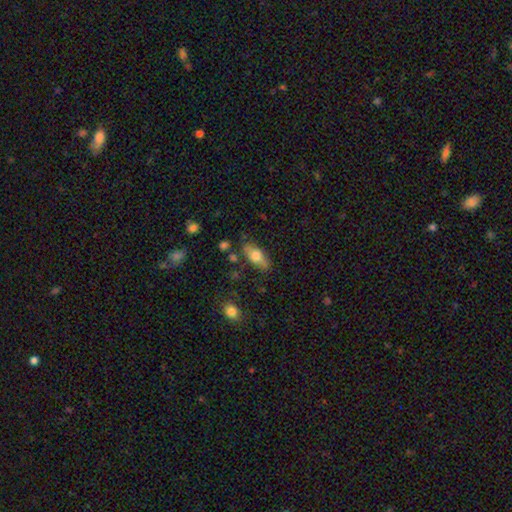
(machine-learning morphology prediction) smooth 64%, featured or disk 29%, star or artifact 7%. Down the decision tree: how rounded — in between (77%); merging — none (75%).